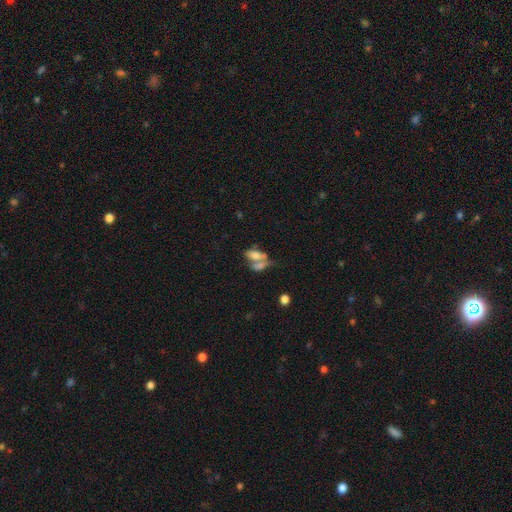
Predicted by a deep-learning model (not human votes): smooth-or-featured: smooth: 68% | featured or disk: 22% | star or artifact: 10%
  how-rounded: in between: 85% | cigar-shaped: 8% | round: 6%
  merging: merger: 61% | none: 22% | minor disturbance: 9% | major disturbance: 8%